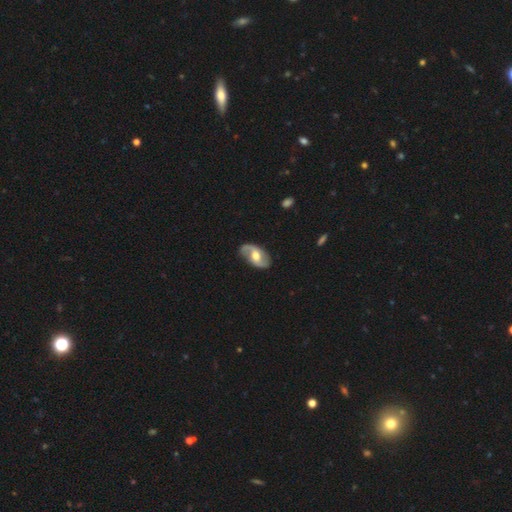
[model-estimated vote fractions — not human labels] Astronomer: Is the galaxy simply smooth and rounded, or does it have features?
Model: featured or disk — 80%.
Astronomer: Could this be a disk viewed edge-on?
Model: no — 96%.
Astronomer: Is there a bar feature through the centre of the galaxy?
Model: weak — 44% (runner-up: no, 41%).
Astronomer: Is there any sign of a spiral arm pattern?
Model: yes — 92%.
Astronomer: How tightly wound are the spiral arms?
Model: loose — 51% (runner-up: medium, 37%).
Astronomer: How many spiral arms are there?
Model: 2 — 91%.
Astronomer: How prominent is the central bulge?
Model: moderate — 73%.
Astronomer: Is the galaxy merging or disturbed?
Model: none — 80%.